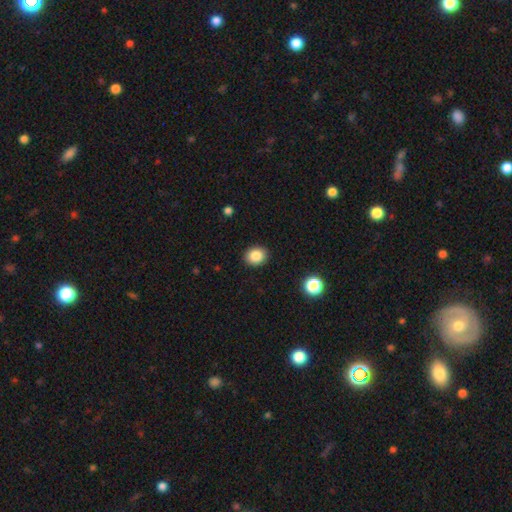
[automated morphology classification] Smooth or featured? smooth (86%)
How rounded? round (59%)
Merging? none (90%)